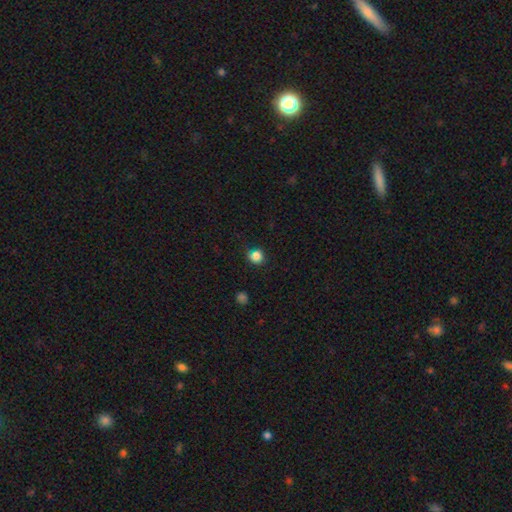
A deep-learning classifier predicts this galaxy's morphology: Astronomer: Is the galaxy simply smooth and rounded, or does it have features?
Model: smooth — 80%.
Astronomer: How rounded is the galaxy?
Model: round — 85%.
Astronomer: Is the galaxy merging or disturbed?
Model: none — 72%.